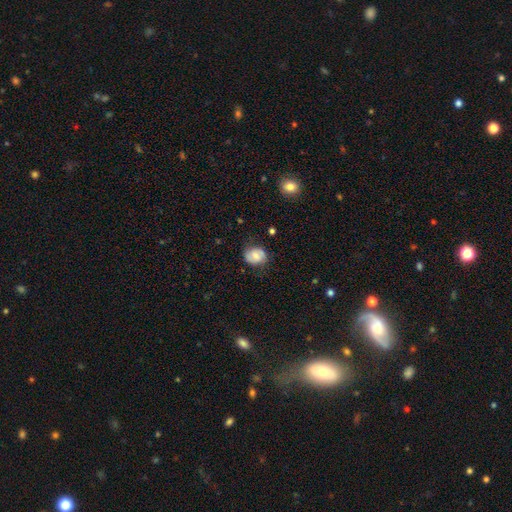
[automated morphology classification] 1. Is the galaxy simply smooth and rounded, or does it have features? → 64% smooth, 28% featured or disk, 8% star or artifact.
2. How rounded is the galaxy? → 54% round, 45% in between, 1% cigar-shaped.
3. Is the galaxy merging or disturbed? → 70% none, 23% minor disturbance, 6% major disturbance, 1% merger.